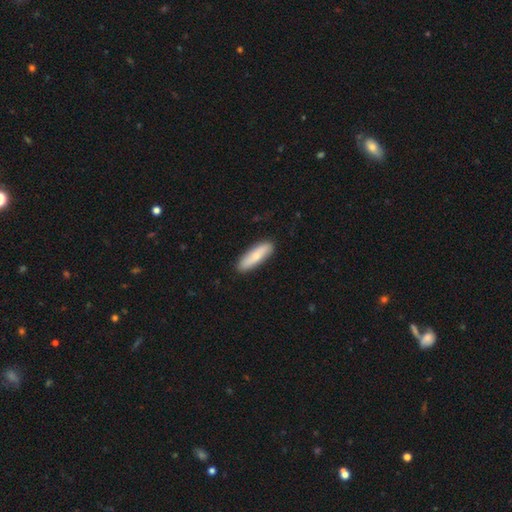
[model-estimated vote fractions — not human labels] Morphology: type=smooth (75%); roundness=cigar-shaped (66%); merging=none (89%).